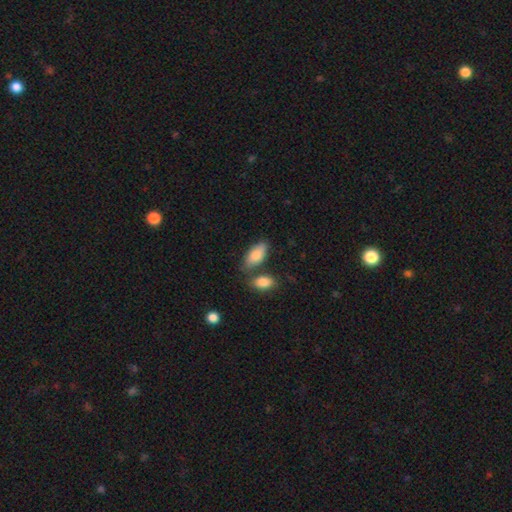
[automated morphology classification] A smooth galaxy with no disk features (83%) that is in between round and cigar-shaped (89%).

Vote fractions:
- Smooth or featured? smooth: 83% / featured or disk: 11% / star or artifact: 6%
- How rounded? in between: 89% / cigar-shaped: 8% / round: 3%
- Merging? none: 62% / merger: 19% / minor disturbance: 16% / major disturbance: 4%